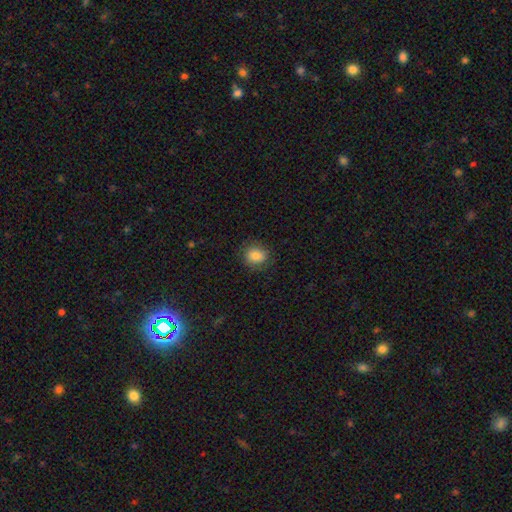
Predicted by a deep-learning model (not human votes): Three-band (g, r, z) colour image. It shows a smooth galaxy with no disk features (82%) that is round (71%). Merging: none (83%).